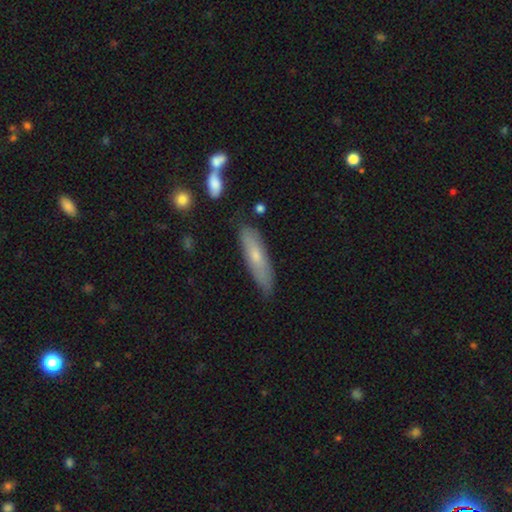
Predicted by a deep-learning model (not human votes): A smooth galaxy with no disk features (62%) that is cigar-shaped (74%).

Vote fractions:
- Smooth or featured? smooth: 62% / featured or disk: 31% / star or artifact: 6%
- How rounded? cigar-shaped: 74% / in between: 24% / round: 2%
- Merging? none: 78% / minor disturbance: 16% / major disturbance: 3% / merger: 2%